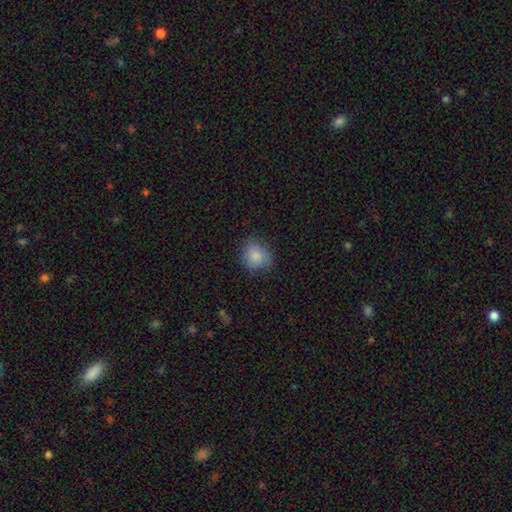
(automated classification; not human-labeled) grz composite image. It shows a smooth galaxy with no disk features (84%) that is round (69%). Merging: none (71%).